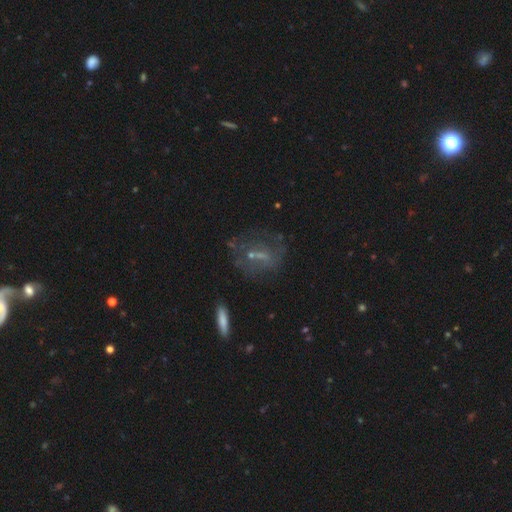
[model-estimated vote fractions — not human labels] A featured or disk galaxy (53%).

Vote fractions:
- Smooth or featured? featured or disk: 53% / smooth: 26% / star or artifact: 21%
- Edge-on disk? no: 87% / yes: 13%
- Merging? none: 59% / major disturbance: 18% / minor disturbance: 18% / merger: 5%